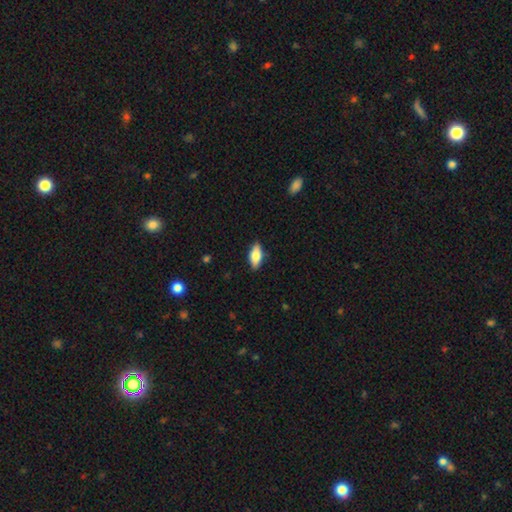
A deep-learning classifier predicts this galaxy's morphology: Q: Smooth or featured?
A: smooth (71%); runner-up: featured or disk (22%)
Q: How rounded?
A: in between (81%); runner-up: cigar-shaped (16%)
Q: Merging?
A: none (87%); runner-up: minor disturbance (10%)